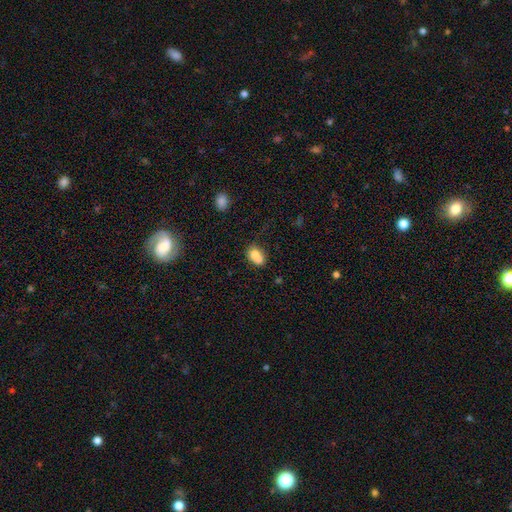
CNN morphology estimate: The model was most divided on "merging": merger: 40%, none: 36%, minor disturbance: 17%, major disturbance: 7%. More confident: smooth or featured — smooth (75%); how rounded — in between (68%).